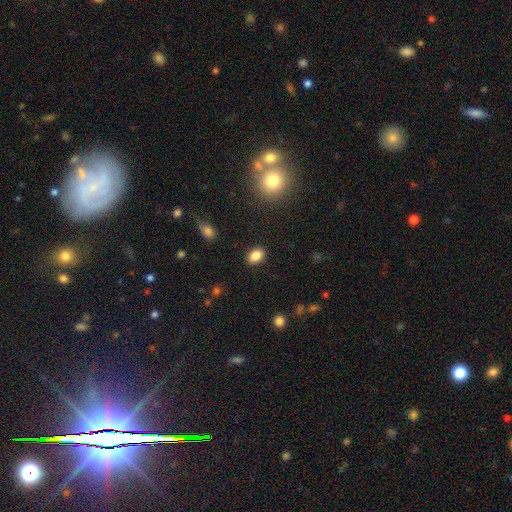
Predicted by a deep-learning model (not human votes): A smooth galaxy with no disk features (85%) that is in between round and cigar-shaped (77%). Merging: none (89%).